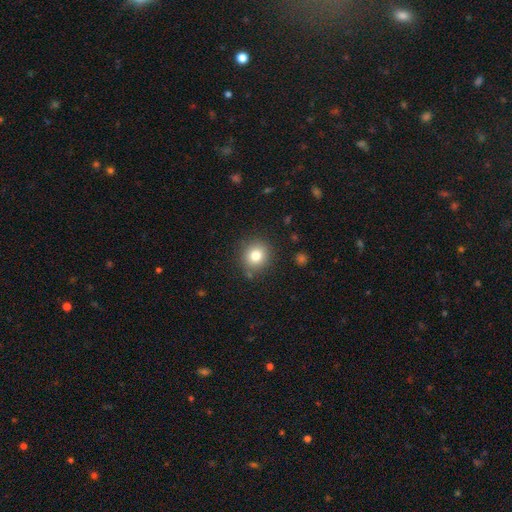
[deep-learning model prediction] This appears to be a smooth galaxy with no disk features (79%) that is round (87%). Merging: none (86%).